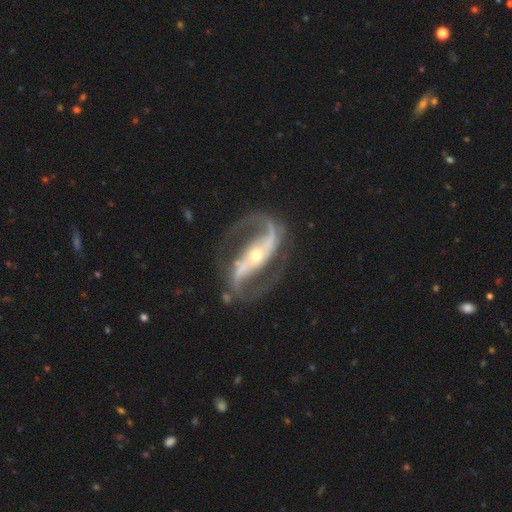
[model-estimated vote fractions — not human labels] Smooth or featured? Predicted: featured or disk (p=0.93). Edge-on disk? Predicted: no (p=0.96). Bar? Predicted: strong (p=0.63). Spiral arms? Predicted: yes (p=0.98). Spiral winding? Predicted: medium (p=0.54). Spiral arm count? Predicted: 2 (p=0.94). Bulge size? Predicted: small (p=0.58). Merging? Predicted: none (p=0.79).